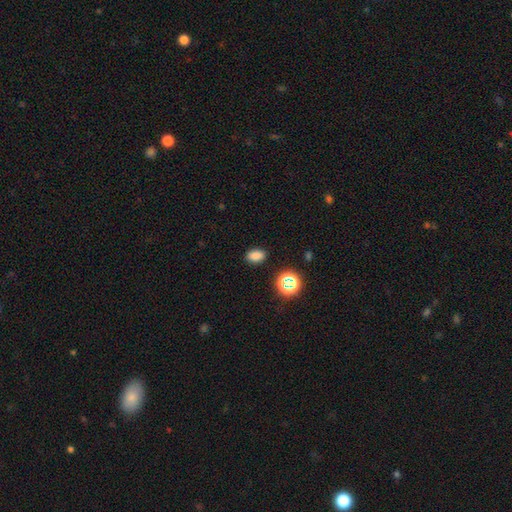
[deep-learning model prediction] This appears to be a smooth galaxy with no disk features (80%) that is in between round and cigar-shaped (83%). Merging: none (87%).